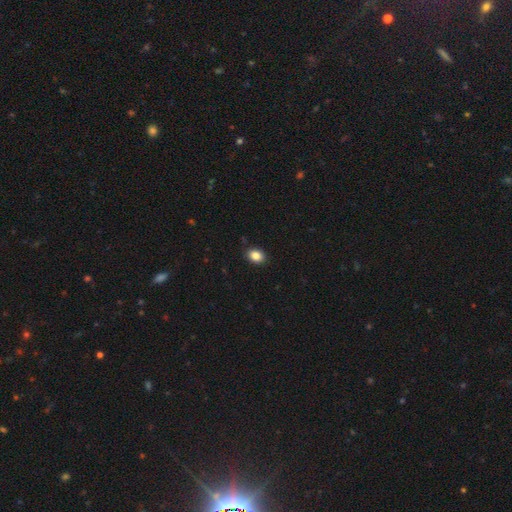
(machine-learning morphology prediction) Smooth or featured?
  - smooth: 86% *
  - star or artifact: 9%
  - featured or disk: 5%
How rounded?
  - in between: 72% *
  - round: 27%
  - cigar-shaped: 1%
Merging?
  - none: 89% *
  - minor disturbance: 8%
  - major disturbance: 2%
  - merger: 1%